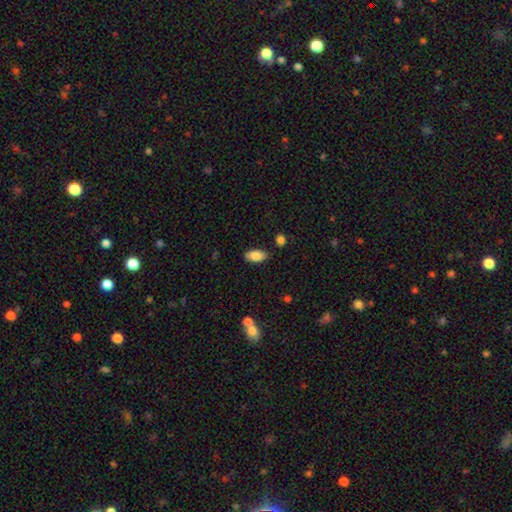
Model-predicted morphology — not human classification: Overall: smooth (84%). How rounded: in between (93%). Merging: none (84%).